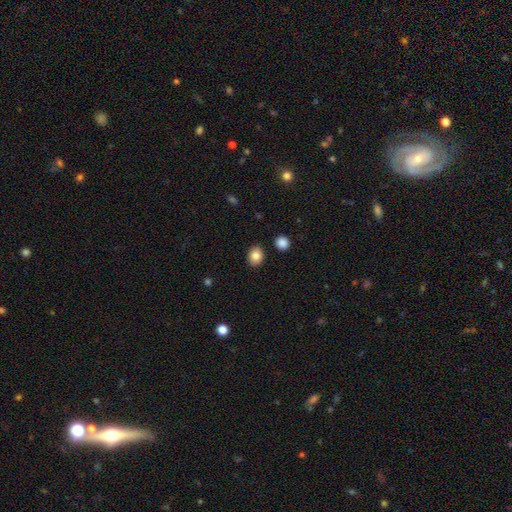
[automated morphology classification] smooth 85%, star or artifact 9%, featured or disk 6%. Down the decision tree: how rounded — round (51%); merging — none (88%).